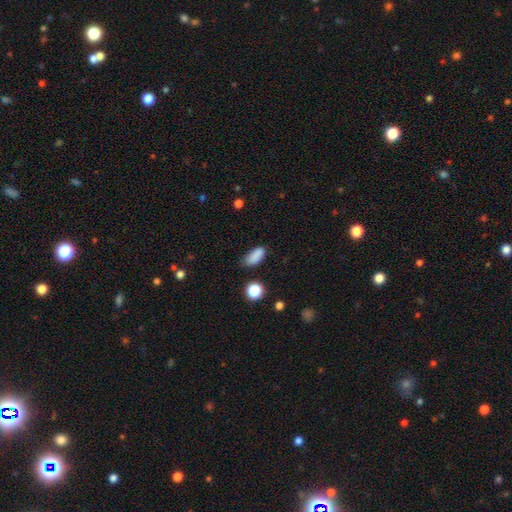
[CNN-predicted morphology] Overall: smooth (85%). How rounded: in between (82%). Merging: none (72%).